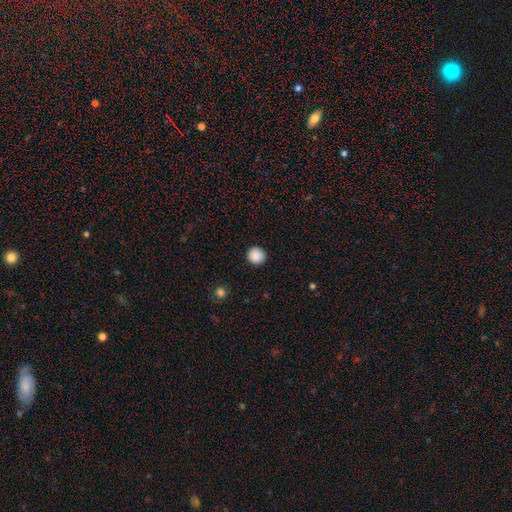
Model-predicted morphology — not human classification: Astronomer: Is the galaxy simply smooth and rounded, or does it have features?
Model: smooth — 88%.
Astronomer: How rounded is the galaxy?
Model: round — 93%.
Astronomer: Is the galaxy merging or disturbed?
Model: none — 92%.